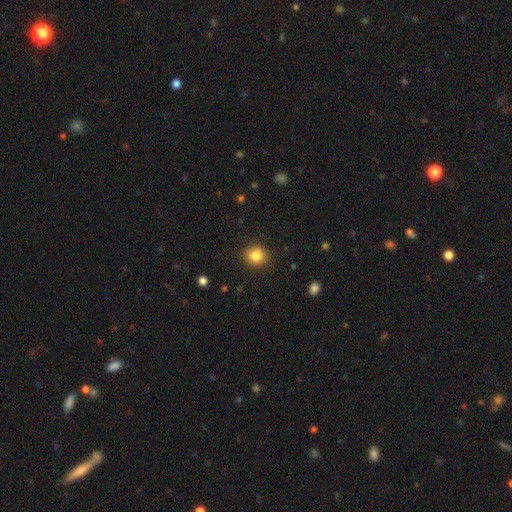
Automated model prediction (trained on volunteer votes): This is clearly a smooth galaxy (84%). How rounded: likely round (79%). Merging: clearly none (88%).